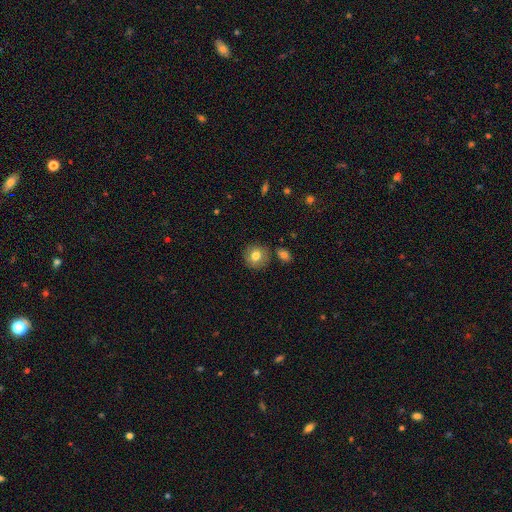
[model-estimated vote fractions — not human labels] This appears to be a smooth galaxy with no disk features (78%) that is round (89%). Merging: none (83%).